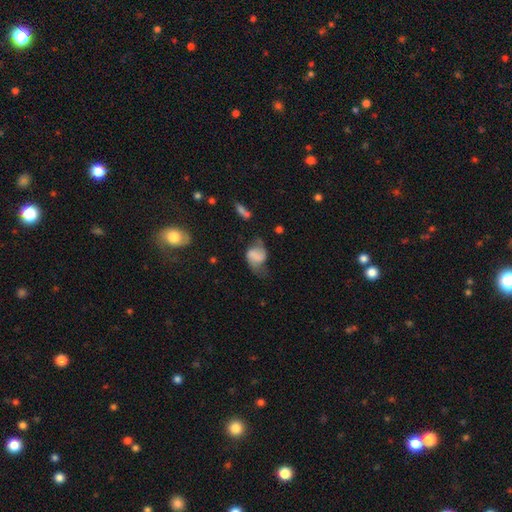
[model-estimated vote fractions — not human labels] Smooth or featured? Predicted: smooth (p=0.51). How rounded? Predicted: in between (p=0.70). Merging? Predicted: none (p=0.35).